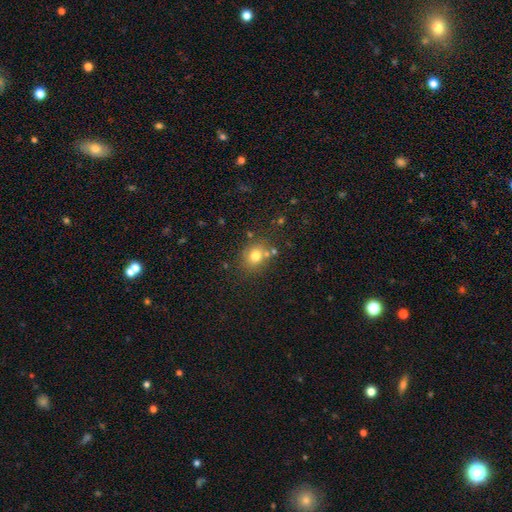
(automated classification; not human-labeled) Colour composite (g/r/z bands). It shows a smooth galaxy with no disk features (76%) that is round (65%). Merging: none (74%).